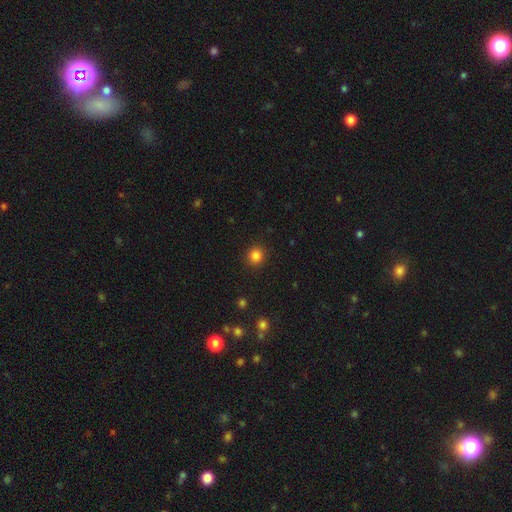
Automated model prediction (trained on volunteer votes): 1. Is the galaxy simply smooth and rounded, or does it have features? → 84% smooth, 12% star or artifact, 4% featured or disk.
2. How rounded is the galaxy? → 91% round, 8% in between, 1% cigar-shaped.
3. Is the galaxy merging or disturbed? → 91% none, 6% minor disturbance, 2% major disturbance, 1% merger.